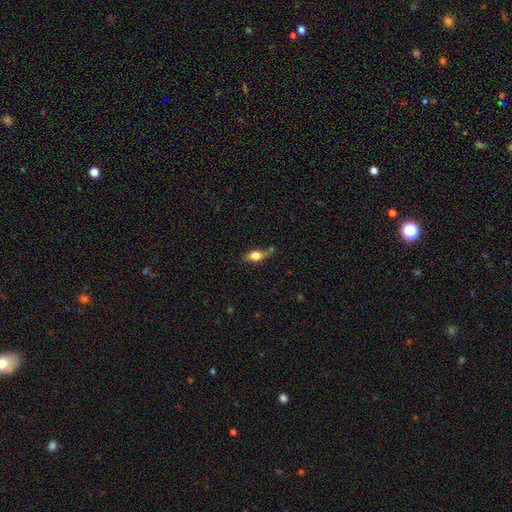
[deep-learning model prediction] Smooth or featured: smooth — 74% (featured or disk — 17%)
How rounded: in between — 73% (round — 16%)
Merging: none — 49% (minor disturbance — 28%)